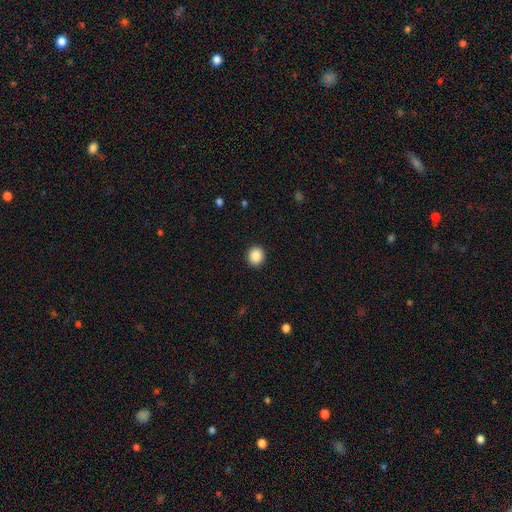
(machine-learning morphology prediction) type=smooth (88%); roundness=round (86%); merging=none (92%).